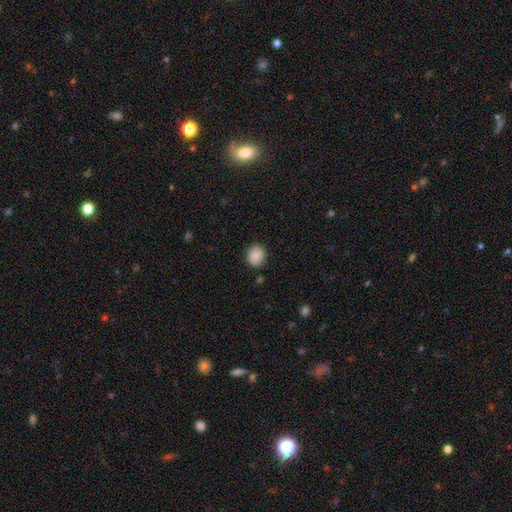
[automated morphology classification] type=smooth (87%); roundness=round (74%); merging=none (87%).